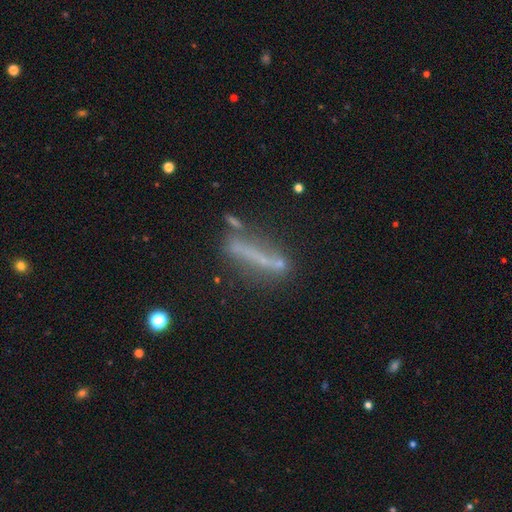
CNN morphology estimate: smooth-or-featured: featured or disk: 50% | smooth: 38% | star or artifact: 12%
  merging: none: 65% | minor disturbance: 19% | major disturbance: 9% | merger: 8%